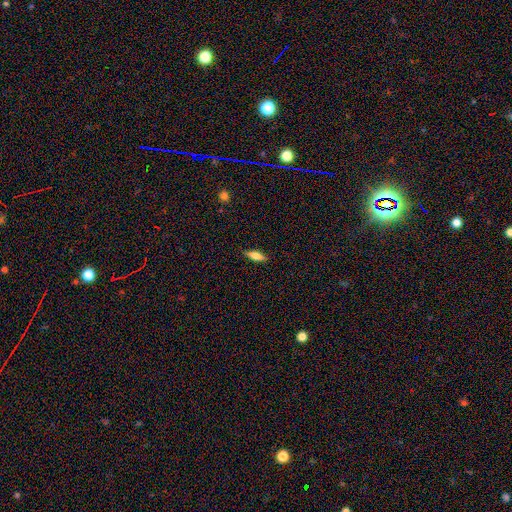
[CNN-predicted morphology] This appears to be a smooth galaxy with no disk features (61%) that is in between round and cigar-shaped (54%). Merging: none (87%).